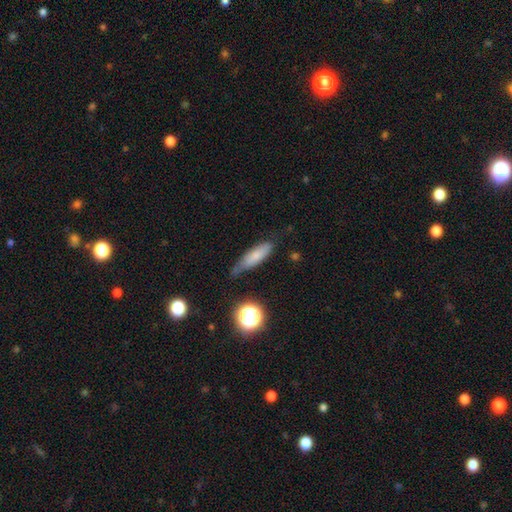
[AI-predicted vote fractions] This appears to be a smooth galaxy with no disk features (70%) that is cigar-shaped (58%). Merging: none (53%).